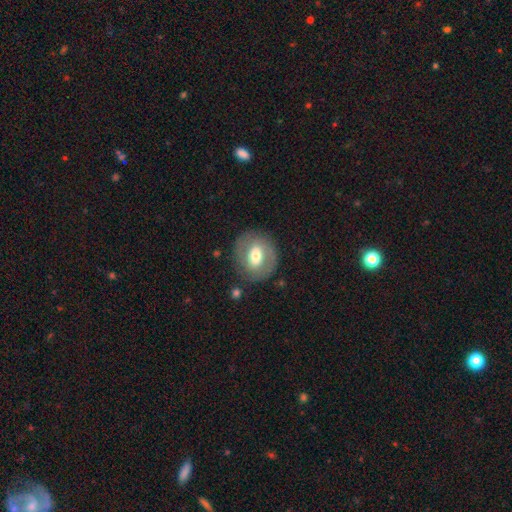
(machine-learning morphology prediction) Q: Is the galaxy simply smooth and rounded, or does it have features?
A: featured or disk — 50%.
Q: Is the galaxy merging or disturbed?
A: none — 80%.